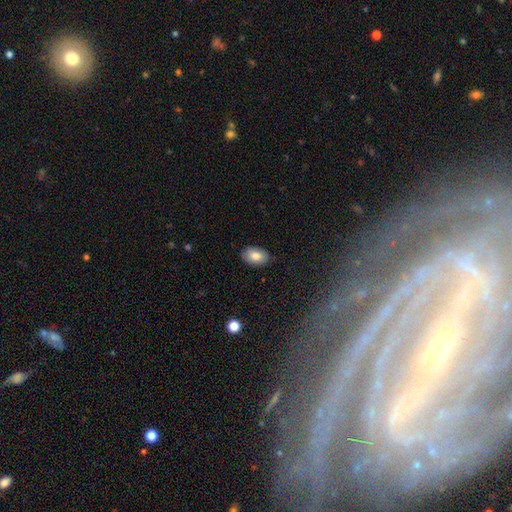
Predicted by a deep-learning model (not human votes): smooth-or-featured: smooth: 80% | featured or disk: 13% | star or artifact: 8%
  how-rounded: in between: 88% | round: 10% | cigar-shaped: 1%
  merging: none: 86% | minor disturbance: 11% | major disturbance: 2% | merger: 1%